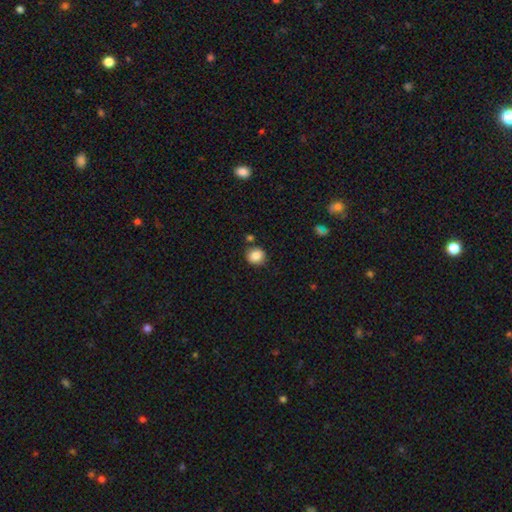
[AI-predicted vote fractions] The model was most divided on "merging": none: 81%, minor disturbance: 11%, merger: 5%, major disturbance: 3%. More confident: smooth or featured — smooth (85%); how rounded — round (85%).